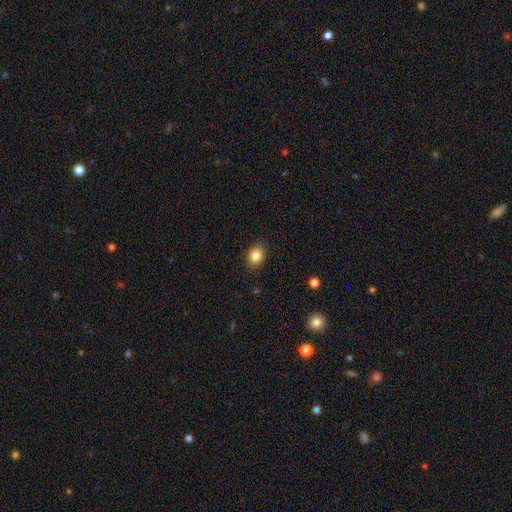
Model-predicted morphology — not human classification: Smooth or featured? smooth (85%)
How rounded? in between (59%)
Merging? none (85%)